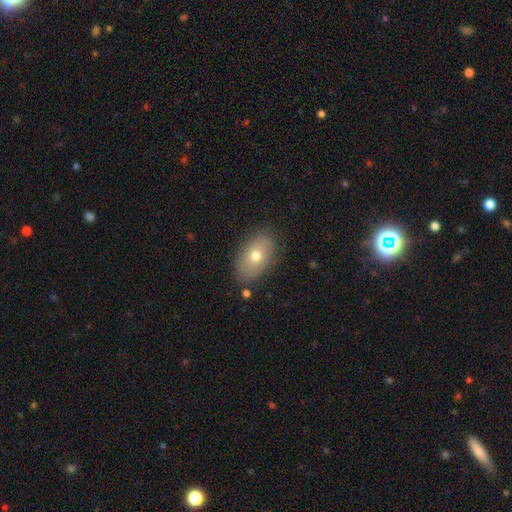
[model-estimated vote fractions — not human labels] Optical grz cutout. It shows a smooth galaxy with no disk features (67%) that is in between round and cigar-shaped (89%). Merging: none (82%).